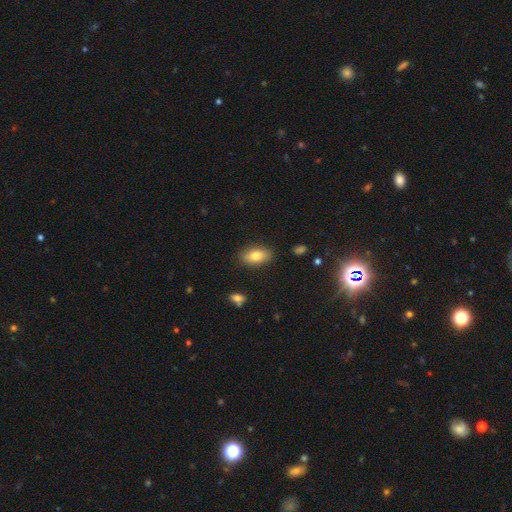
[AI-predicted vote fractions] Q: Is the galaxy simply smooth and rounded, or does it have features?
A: smooth — 82%.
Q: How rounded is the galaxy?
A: in between — 90%.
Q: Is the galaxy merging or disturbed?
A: none — 85%.